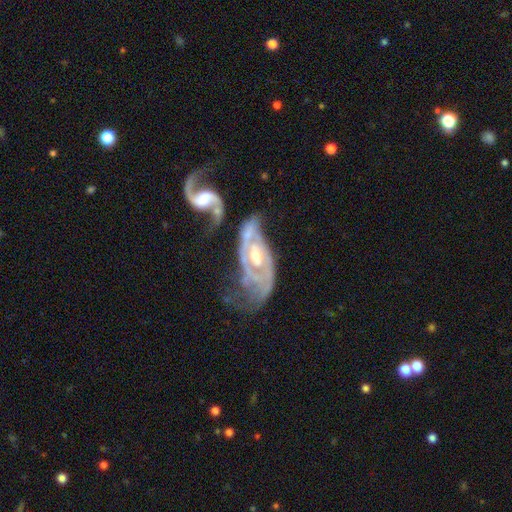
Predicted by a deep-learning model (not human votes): The model was most divided on "spiral winding": medium: 42%, tight: 36%, loose: 22%. Remaining: edge-on disk — no (94%); spiral arms — yes (90%); smooth or featured — featured or disk (88%); bulge size — moderate (66%); spiral arm count — 2 (65%); bar — no (51%); merging — merger (36%).